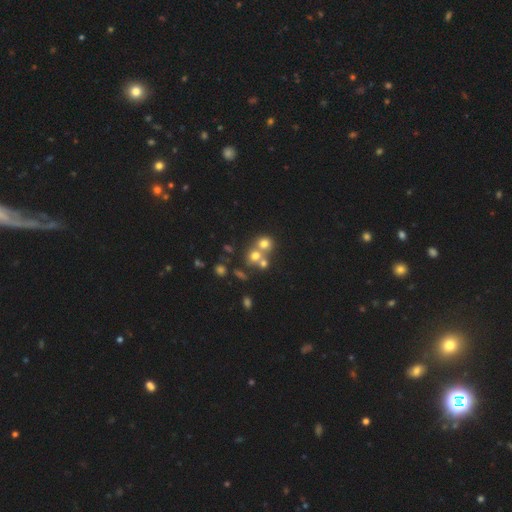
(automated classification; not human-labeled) Smooth or featured: smooth — 63% (star or artifact — 19%)
How rounded: round — 80% (in between — 19%)
Merging: merger — 50% (none — 40%)